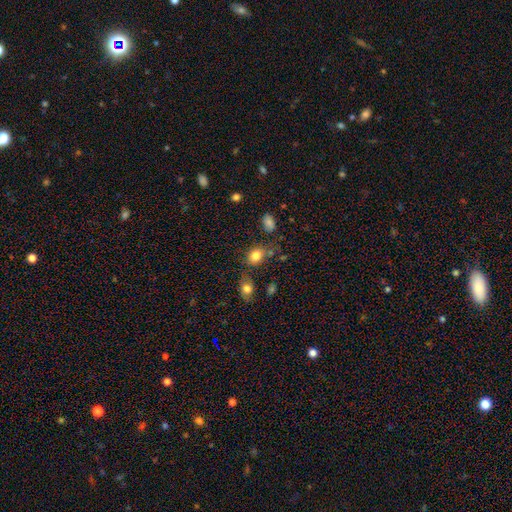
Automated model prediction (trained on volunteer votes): Overall: smooth (82%). How rounded: in between (60%; round 39%). Merging: none (65%).